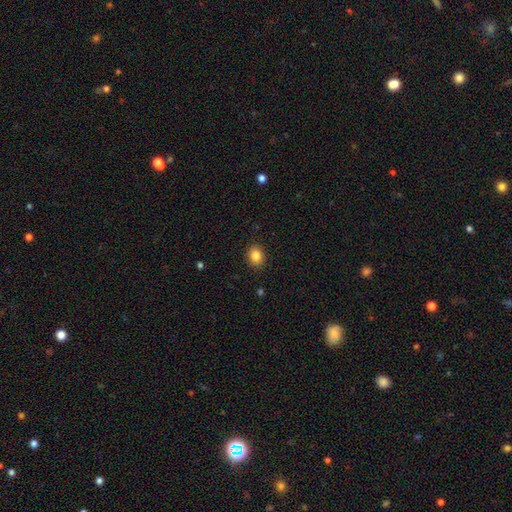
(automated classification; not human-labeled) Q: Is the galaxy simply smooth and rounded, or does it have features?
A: smooth — 85%.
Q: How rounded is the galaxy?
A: round — 52%.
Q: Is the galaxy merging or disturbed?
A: none — 90%.